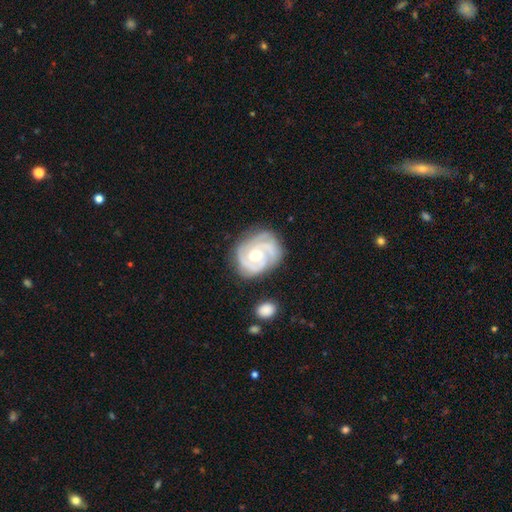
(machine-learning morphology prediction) smooth-or-featured: featured or disk: 89% | smooth: 7% | star or artifact: 5%
  disk-edge-on: no: 98% | yes: 2%
    bar: no: 66% | weak: 27% | strong: 6%
    has-spiral-arms: yes: 97% | no: 3%
      spiral-winding: tight: 68% | medium: 27% | loose: 5%
      spiral-arm-count: 3: 50% | 2: 22% | can't tell: 13% | 4: 7% | 1: 4% | more than 4: 4%
    bulge-size: moderate: 67% | small: 29% | large: 3% | none: 1% | dominant: 1%
  merging: none: 74% | minor disturbance: 19% | major disturbance: 6% | merger: 2%